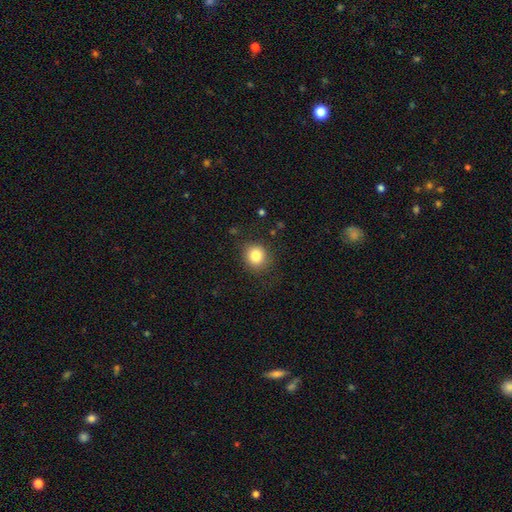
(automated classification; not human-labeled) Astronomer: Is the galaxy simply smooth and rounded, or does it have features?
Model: smooth — 83%.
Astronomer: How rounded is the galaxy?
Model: round — 84%.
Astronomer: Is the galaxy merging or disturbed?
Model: none — 84%.